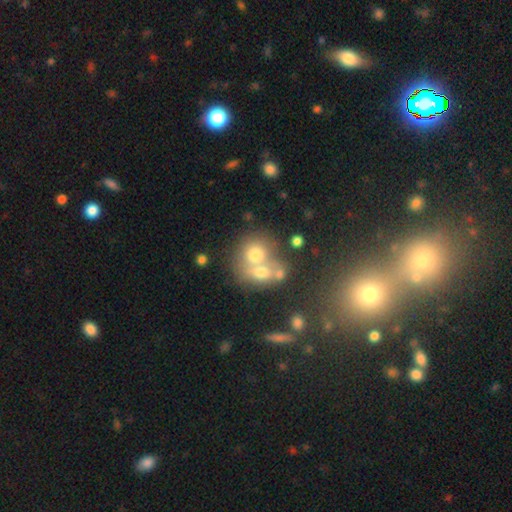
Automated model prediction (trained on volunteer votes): This appears to be a smooth galaxy with no disk features (62%) that is round (68%). Merging: merger (60%).